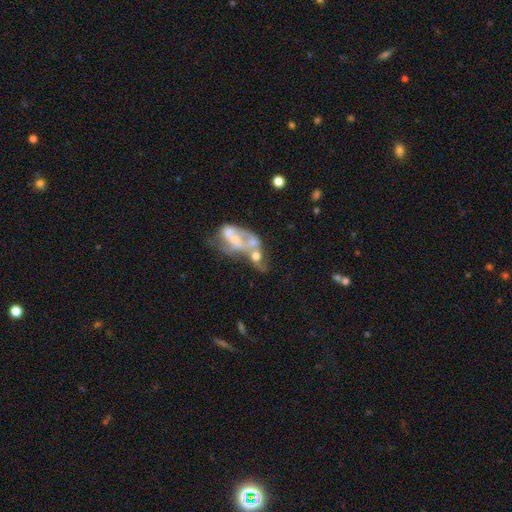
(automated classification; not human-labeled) smooth_or_featured: featured or disk (p=0.55) [alt: smooth p=0.33]
disk_edge_on: no (p=0.96) [alt: yes p=0.04]
bar: no (p=0.82) [alt: weak p=0.14]
has_spiral_arms: no (p=0.75) [alt: yes p=0.25]
bulge_size: none (p=0.33) [alt: moderate p=0.32]
merging: merger (p=0.68) [alt: major disturbance p=0.15]